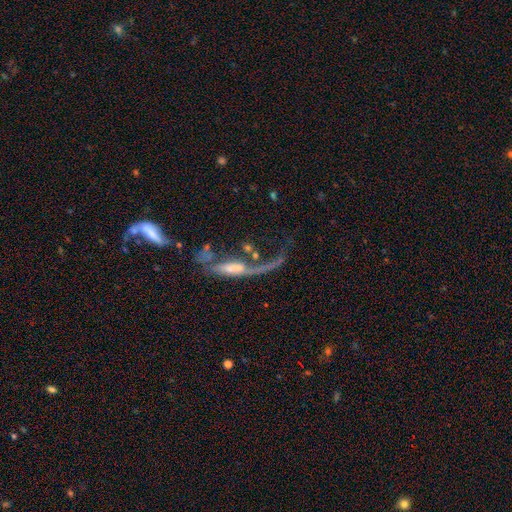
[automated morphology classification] featured or disk 65%, smooth 23%, star or artifact 12%. Down the decision tree: edge-on disk — no (70%); merging — major disturbance (41%).